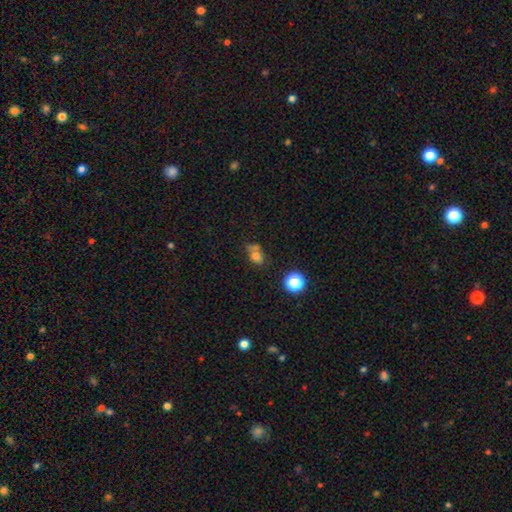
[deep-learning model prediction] A smooth galaxy with no disk features (70%) that is in between round and cigar-shaped (54%).

Vote fractions:
- Smooth or featured? smooth: 70% / star or artifact: 17% / featured or disk: 13%
- How rounded? in between: 54% / round: 44% / cigar-shaped: 2%
- Merging? none: 38% / merger: 34% / minor disturbance: 18% / major disturbance: 10%